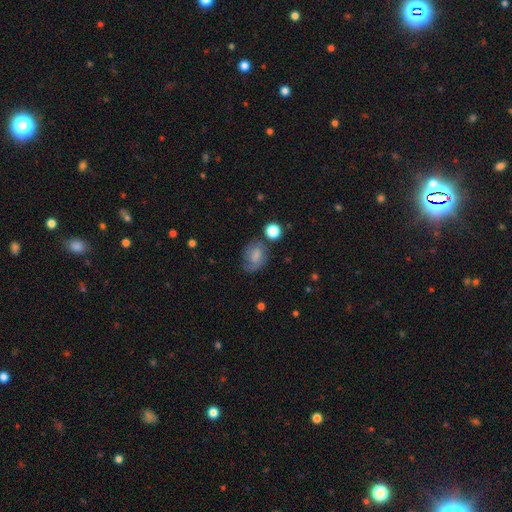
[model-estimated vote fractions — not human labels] This appears to be a smooth galaxy with no disk features (66%) that is in between round and cigar-shaped (63%). Merging: none (50%).